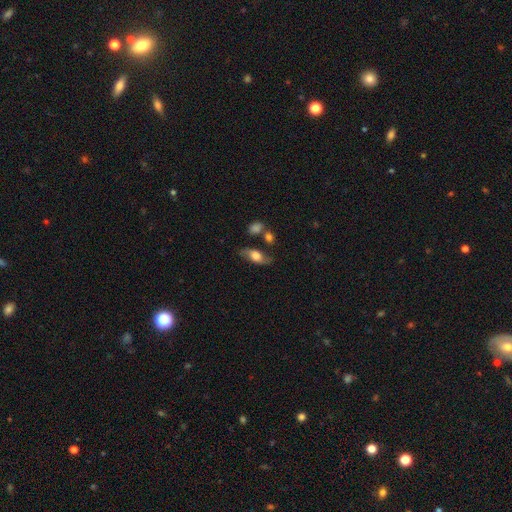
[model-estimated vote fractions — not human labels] Q: Smooth or featured?
A: featured or disk (46%); tied with: smooth (46%)
Q: Merging?
A: none (66%); runner-up: minor disturbance (19%)